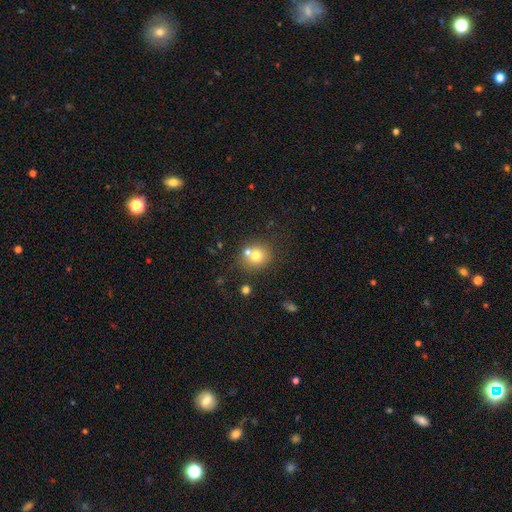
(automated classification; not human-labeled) Smooth or featured?
  - smooth: 73% *
  - featured or disk: 15%
  - star or artifact: 12%
How rounded?
  - round: 84% *
  - in between: 15%
  - cigar-shaped: 1%
Merging?
  - none: 58% *
  - merger: 29%
  - minor disturbance: 10%
  - major disturbance: 3%